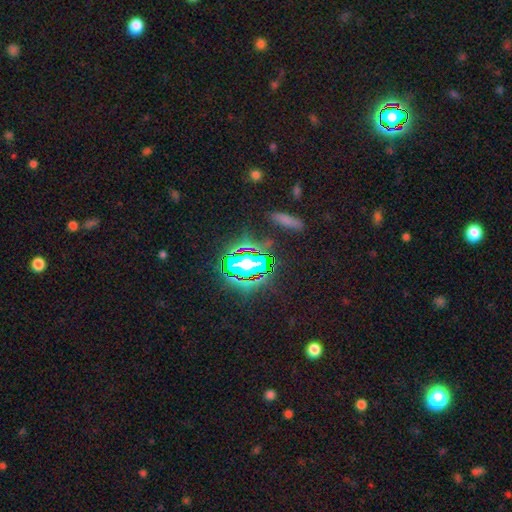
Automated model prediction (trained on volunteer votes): This appears to be a star or artifact, not a galaxy (78%).